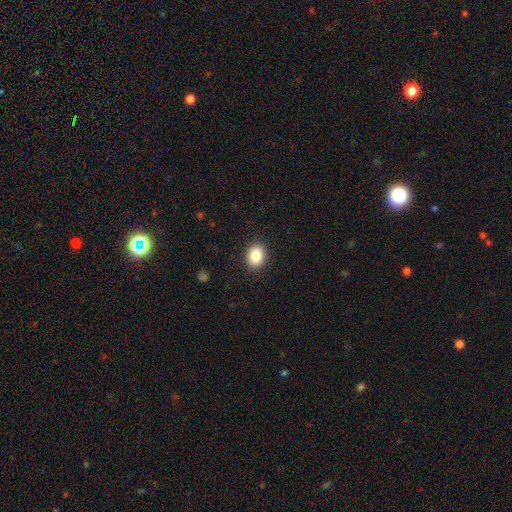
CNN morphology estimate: Smooth or featured? smooth (87%)
How rounded? in between (62%)
Merging? none (90%)